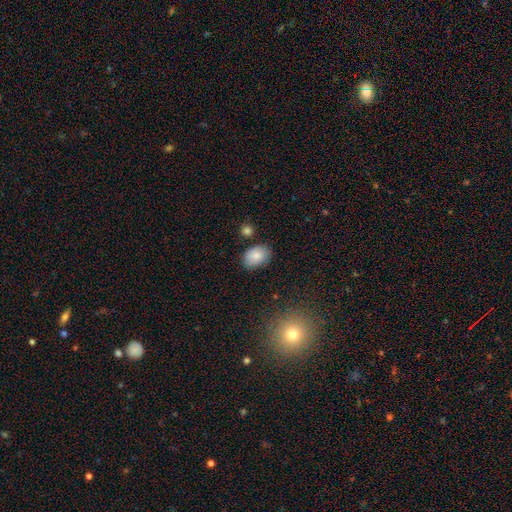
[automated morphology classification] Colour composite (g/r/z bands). It shows a smooth galaxy with no disk features (84%) that is in between round and cigar-shaped (83%). Merging: none (76%).